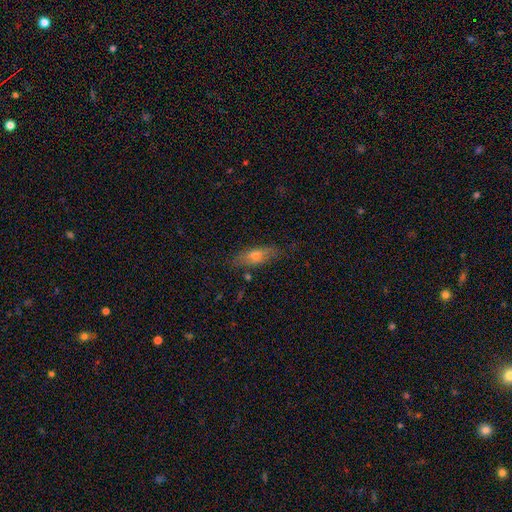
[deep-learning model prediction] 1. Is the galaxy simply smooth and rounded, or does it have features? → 50% smooth, 41% featured or disk, 9% star or artifact.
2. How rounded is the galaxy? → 50% cigar-shaped, 46% in between, 4% round.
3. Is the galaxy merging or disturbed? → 77% none, 16% minor disturbance, 4% major disturbance, 2% merger.